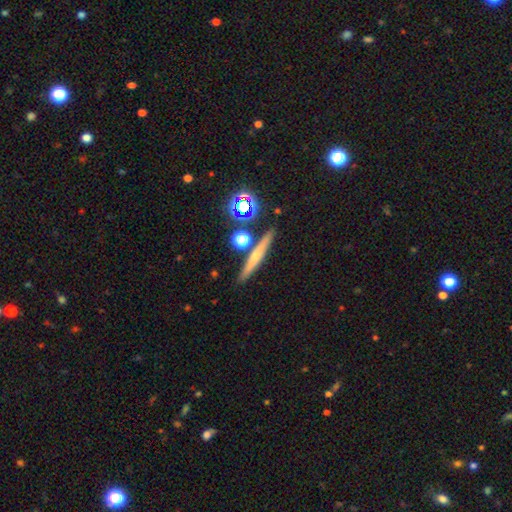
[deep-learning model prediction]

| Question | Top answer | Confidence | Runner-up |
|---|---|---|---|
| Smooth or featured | smooth | 45% | featured or disk (41%) |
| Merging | none | 83% | minor disturbance (8%) |